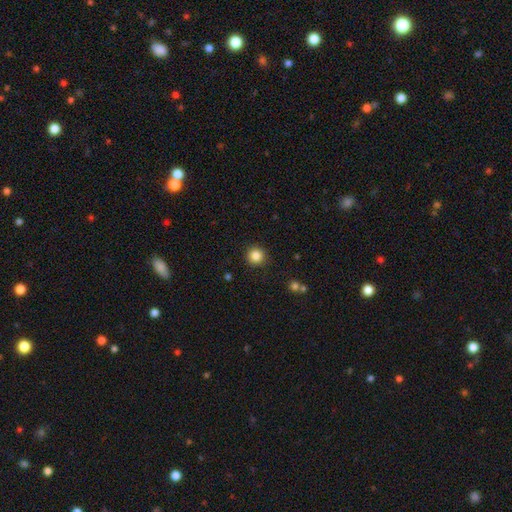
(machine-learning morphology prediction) smooth-or-featured: smooth: 85% | star or artifact: 11% | featured or disk: 4%
  how-rounded: round: 95% | in between: 4% | cigar-shaped: 1%
  merging: none: 91% | minor disturbance: 6% | major disturbance: 2% | merger: 1%